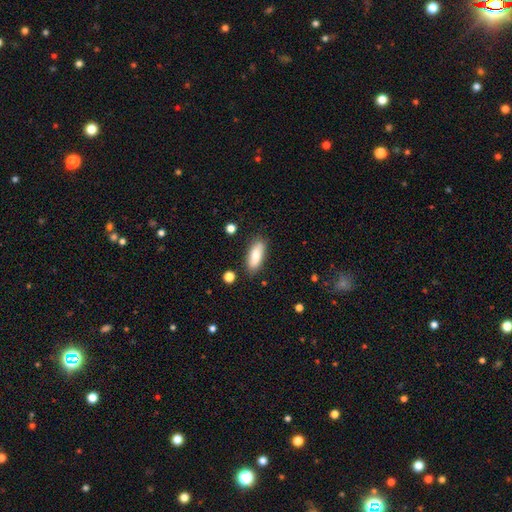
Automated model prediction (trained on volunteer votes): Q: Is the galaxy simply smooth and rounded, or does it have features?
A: smooth — 80%.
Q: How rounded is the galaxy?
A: in between — 71%.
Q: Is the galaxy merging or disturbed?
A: none — 82%.